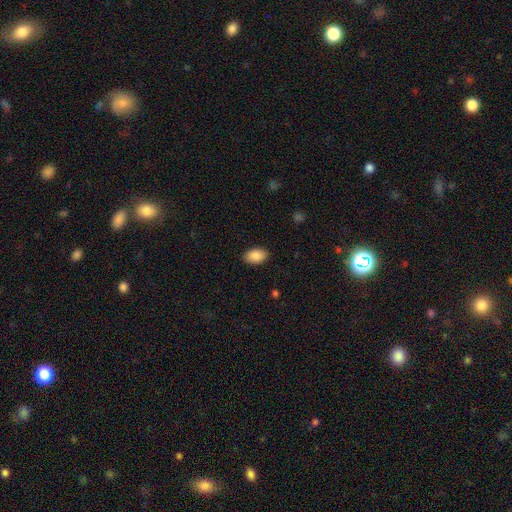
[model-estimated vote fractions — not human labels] A smooth galaxy with no disk features (87%) that is in between round and cigar-shaped (91%). Merging: none (89%).